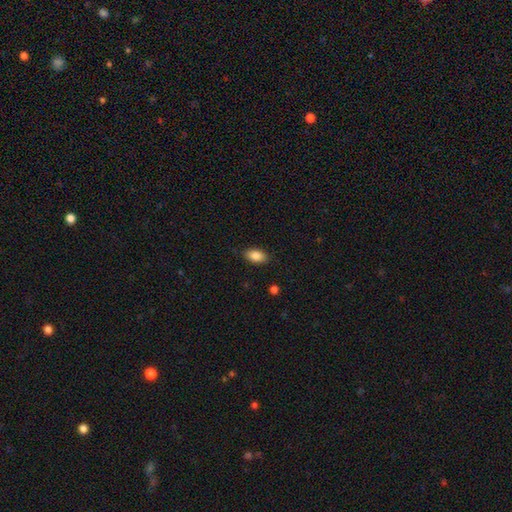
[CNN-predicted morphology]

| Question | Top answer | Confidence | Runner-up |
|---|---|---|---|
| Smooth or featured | smooth | 87% | star or artifact (7%) |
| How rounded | in between | 92% | round (5%) |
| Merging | none | 87% | minor disturbance (10%) |